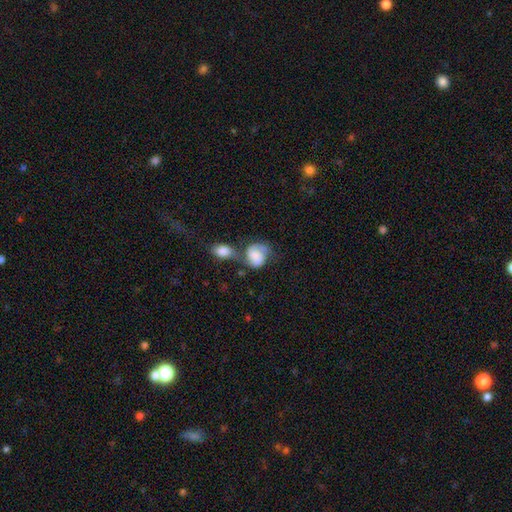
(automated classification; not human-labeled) Smooth or featured: smooth — 58% (featured or disk — 34%)
How rounded: round — 55% (in between — 44%)
Merging: merger — 41% (none — 29%)